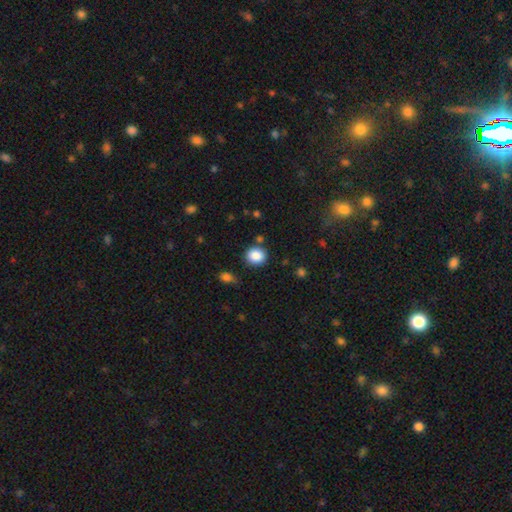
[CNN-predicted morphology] This is clearly a smooth galaxy (87%). How rounded: likely round (79%). Merging: clearly none (83%).